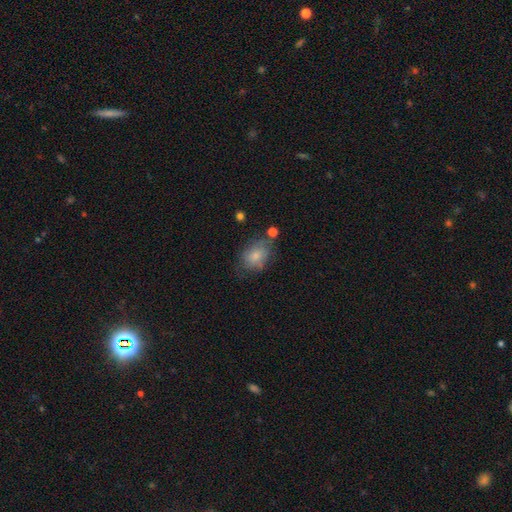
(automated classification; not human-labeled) This is likely a smooth galaxy (73%). How rounded: likely in between (71%). Merging: possibly none (51%).